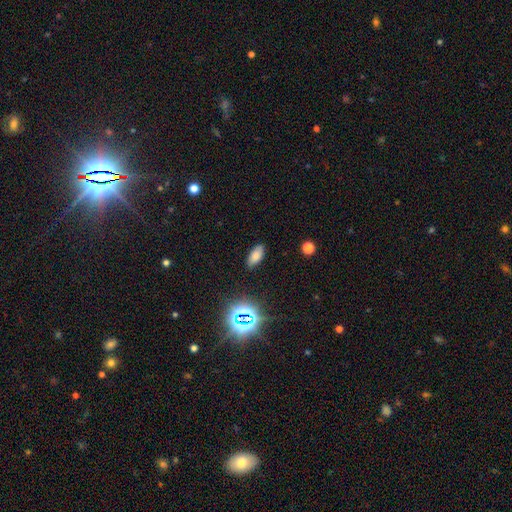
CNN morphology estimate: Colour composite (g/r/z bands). It shows a smooth galaxy with no disk features (75%) that is in between round and cigar-shaped (88%). Merging: none (86%).